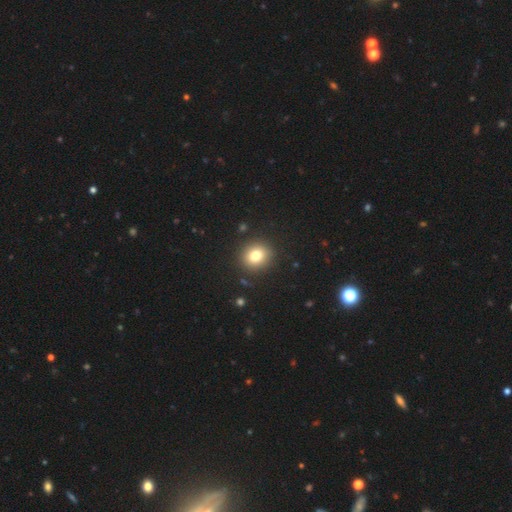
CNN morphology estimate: Smooth or featured? Predicted: smooth (p=0.78). How rounded? Predicted: round (p=0.83). Merging? Predicted: none (p=0.90).